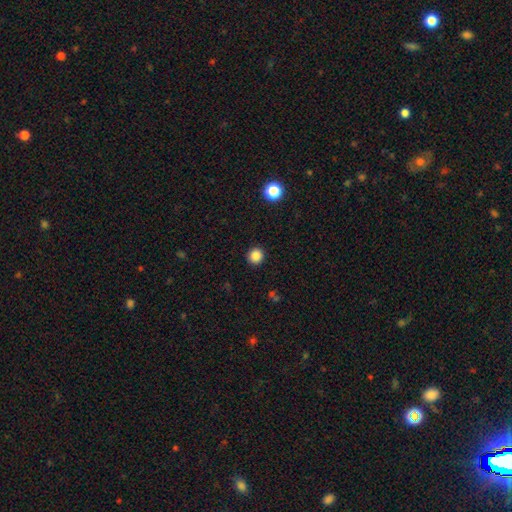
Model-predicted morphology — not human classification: smooth-or-featured: smooth: 85% | star or artifact: 11% | featured or disk: 4%
  how-rounded: round: 94% | in between: 5% | cigar-shaped: 1%
  merging: none: 92% | minor disturbance: 5% | major disturbance: 2% | merger: 1%